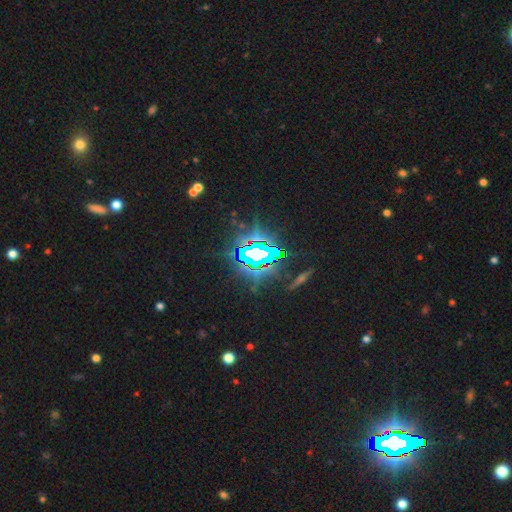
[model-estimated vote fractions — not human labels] Smooth or featured?
  - star or artifact: 77% *
  - featured or disk: 12%
  - smooth: 11%